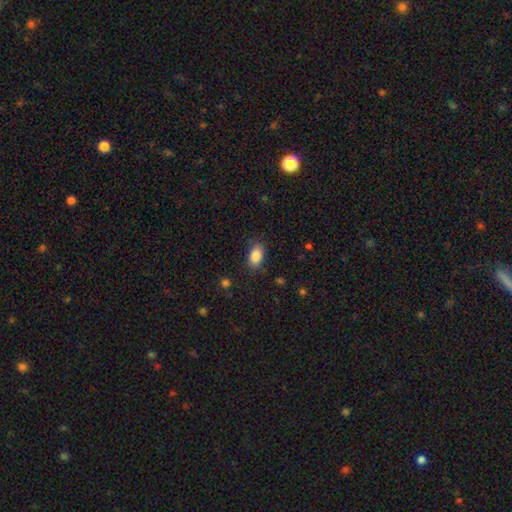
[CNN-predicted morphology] A smooth galaxy with no disk features (87%) that is in between round and cigar-shaped (91%). Merging: none (83%).